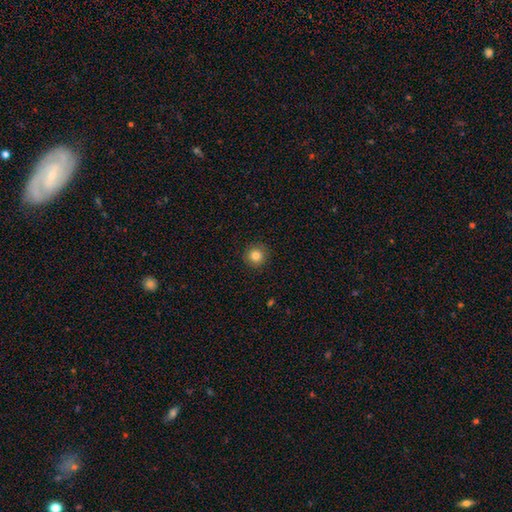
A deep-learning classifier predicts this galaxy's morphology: The model was most divided on "smooth or featured": smooth: 84%, star or artifact: 11%, featured or disk: 6%. More confident: how rounded — round (95%); merging — none (92%).